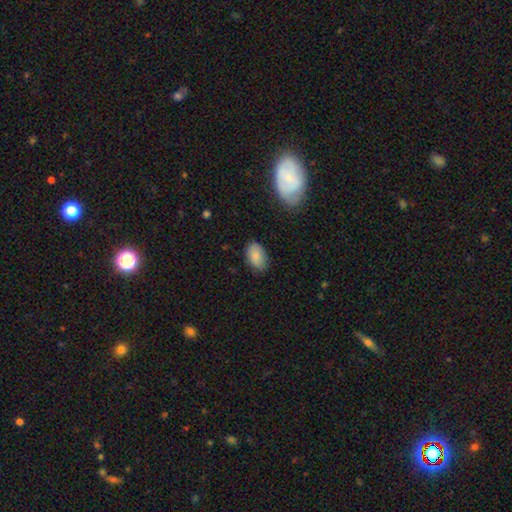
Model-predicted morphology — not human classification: The model was most divided on "merging": none: 83%, minor disturbance: 13%, major disturbance: 3%, merger: 1%. More confident: how rounded — in between (93%); smooth or featured — smooth (86%).